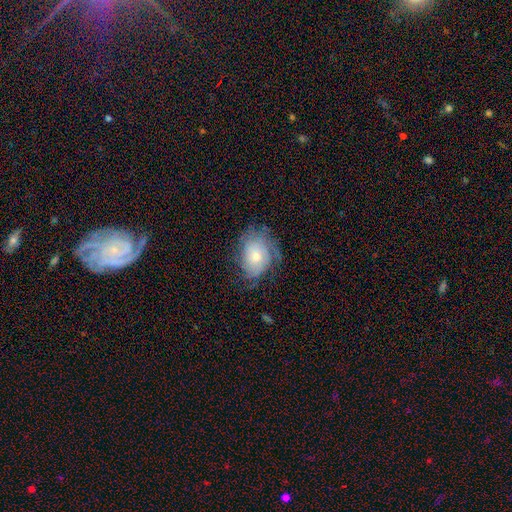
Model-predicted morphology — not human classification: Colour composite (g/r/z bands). It shows a featured or disk galaxy (58%) with no bar (79%), spiral arms (83%) and a moderate central bulge (49%). Merging: none (58%).